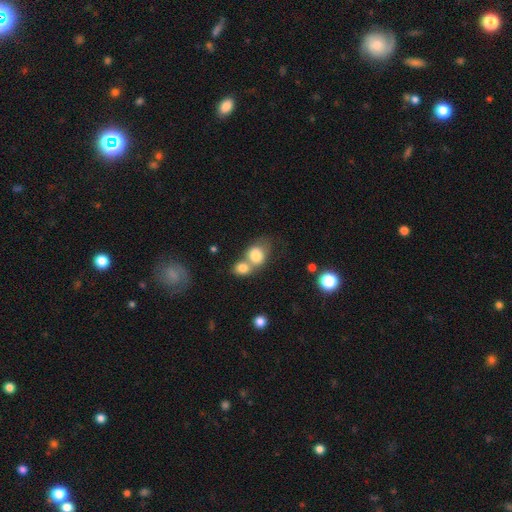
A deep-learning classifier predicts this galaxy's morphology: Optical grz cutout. It shows a smooth galaxy with no disk features (79%) that is round (62%). Merging: merger (64%).